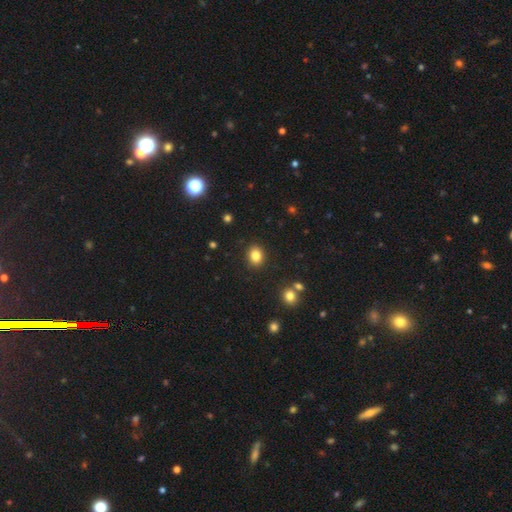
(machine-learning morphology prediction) Smooth or featured: smooth — 84% (star or artifact — 11%)
How rounded: round — 57% (in between — 42%)
Merging: none — 89% (minor disturbance — 7%)